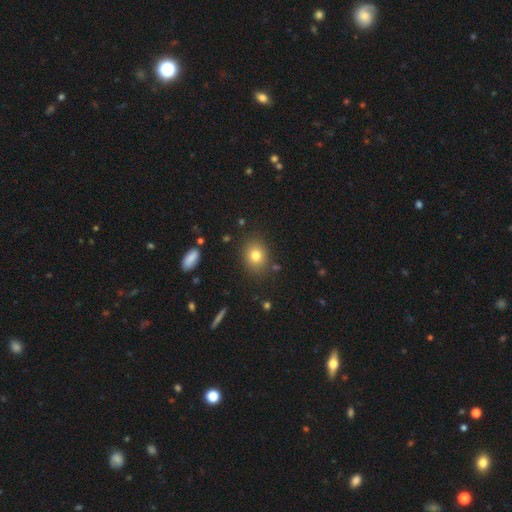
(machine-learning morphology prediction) smooth-or-featured: smooth: 79% | star or artifact: 12% | featured or disk: 9%
  how-rounded: round: 60% | in between: 39% | cigar-shaped: 1%
  merging: none: 85% | minor disturbance: 9% | major disturbance: 3% | merger: 2%